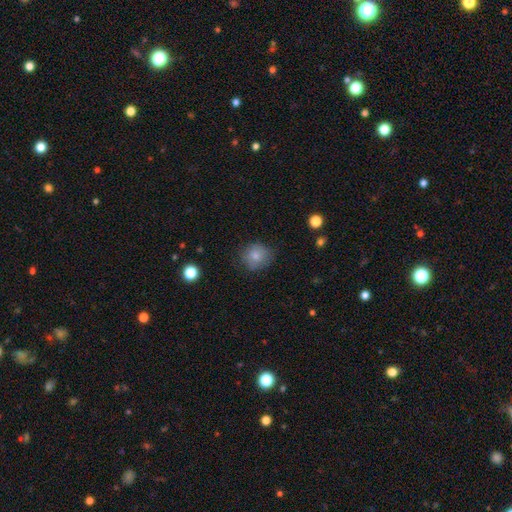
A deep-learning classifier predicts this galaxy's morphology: A smooth galaxy with no disk features (80%) that is round (82%).

Vote fractions:
- Smooth or featured? smooth: 80% / featured or disk: 11% / star or artifact: 10%
- How rounded? round: 82% / in between: 17% / cigar-shaped: 1%
- Merging? none: 74% / minor disturbance: 20% / major disturbance: 5% / merger: 1%